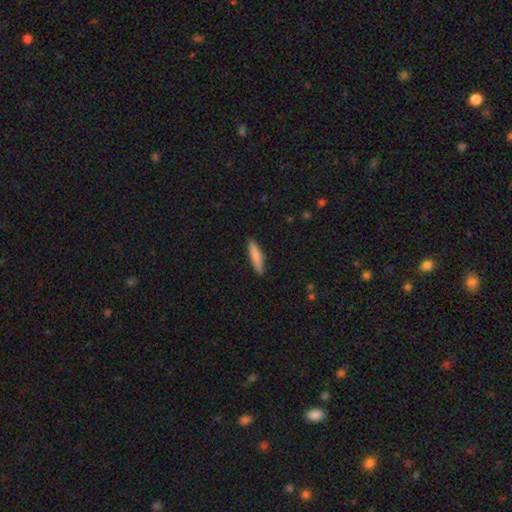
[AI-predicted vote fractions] Smooth or featured: smooth — 82% (featured or disk — 13%)
How rounded: cigar-shaped — 84% (in between — 14%)
Merging: none — 89% (minor disturbance — 8%)